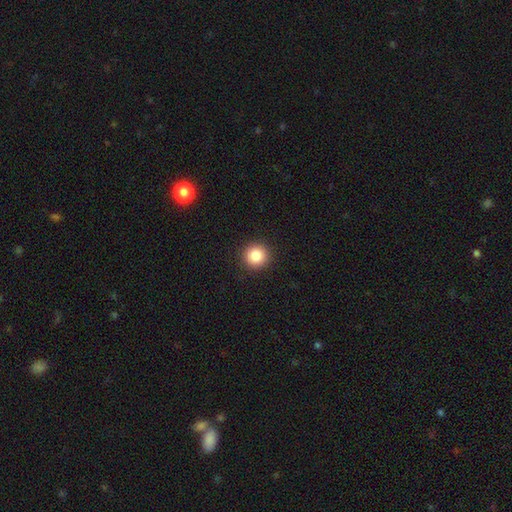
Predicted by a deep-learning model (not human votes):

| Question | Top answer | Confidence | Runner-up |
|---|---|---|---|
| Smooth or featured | smooth | 85% | star or artifact (10%) |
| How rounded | round | 95% | in between (4%) |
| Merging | none | 92% | minor disturbance (5%) |